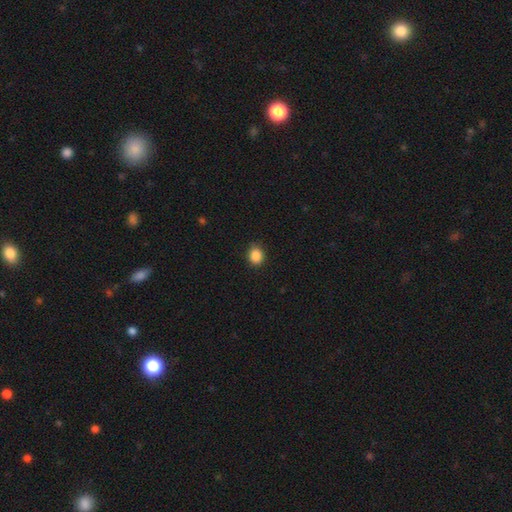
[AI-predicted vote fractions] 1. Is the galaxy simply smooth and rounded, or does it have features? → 87% smooth, 10% star or artifact, 3% featured or disk.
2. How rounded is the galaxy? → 66% round, 33% in between, 1% cigar-shaped.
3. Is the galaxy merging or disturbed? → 83% none, 14% minor disturbance, 2% major disturbance, 1% merger.